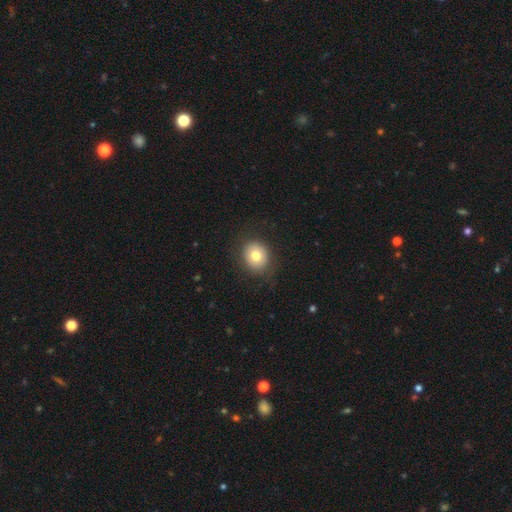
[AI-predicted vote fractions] This appears to be a smooth galaxy with no disk features (75%) that is round (79%). Merging: none (85%).